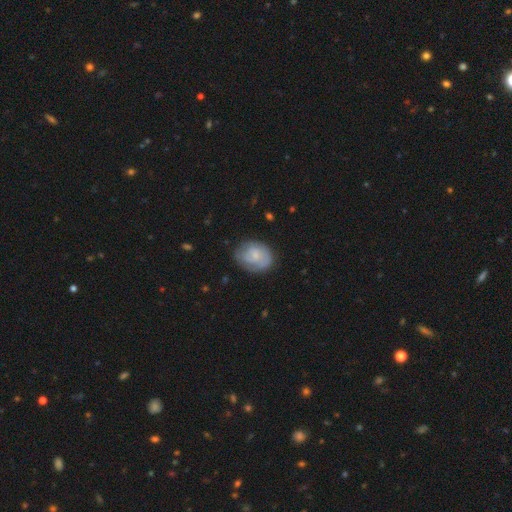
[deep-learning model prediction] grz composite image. It shows a featured or disk galaxy (47%). Merging: none (65%).